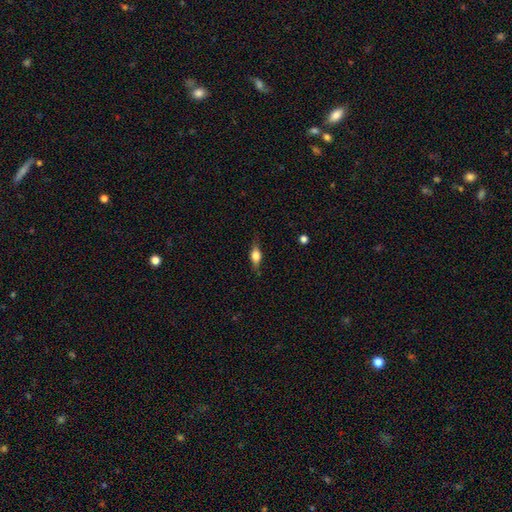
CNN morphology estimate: A smooth galaxy with no disk features (55%) that is in between round and cigar-shaped (65%). Merging: none (77%).